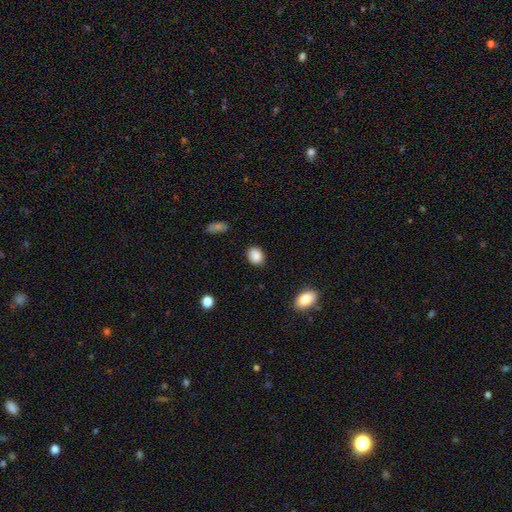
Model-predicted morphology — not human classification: Smooth or featured? smooth (88%)
How rounded? in between (55%)
Merging? none (86%)